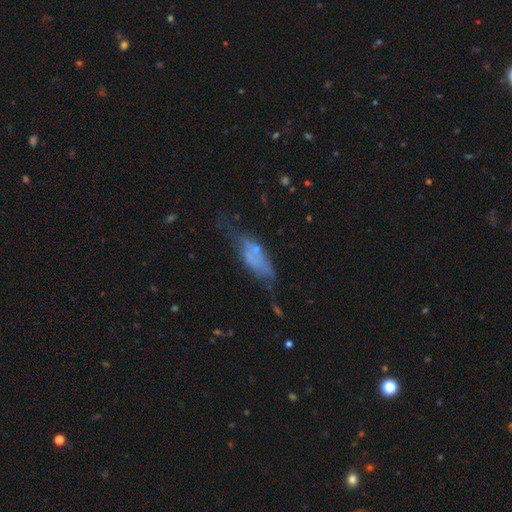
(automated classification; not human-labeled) The model was most divided on "smooth or featured": featured or disk: 44%, smooth: 43%, star or artifact: 13%. Remaining: merging — none (35%).